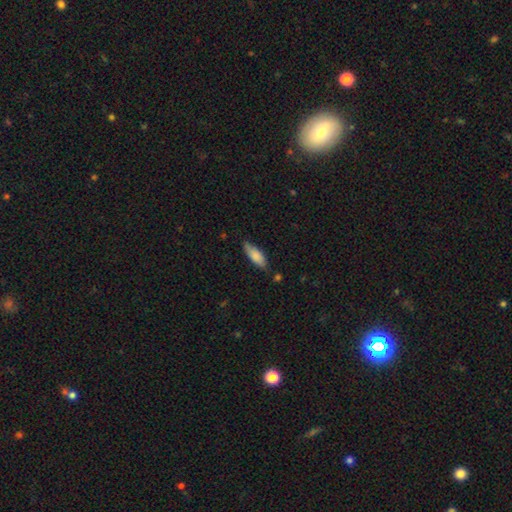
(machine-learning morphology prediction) smooth_or_featured: smooth (p=0.82) [alt: featured or disk p=0.12]
how_rounded: in between (p=0.64) [alt: cigar-shaped p=0.35]
merging: none (p=0.73) [alt: minor disturbance p=0.21]